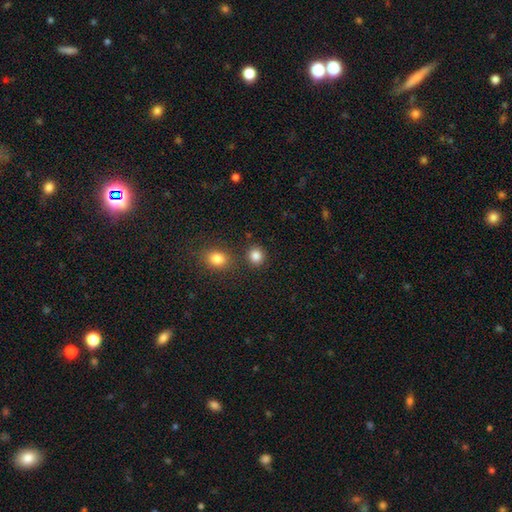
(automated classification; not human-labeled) smooth 85%, star or artifact 11%, featured or disk 4%. Down the decision tree: how rounded — round (82%); merging — none (82%).